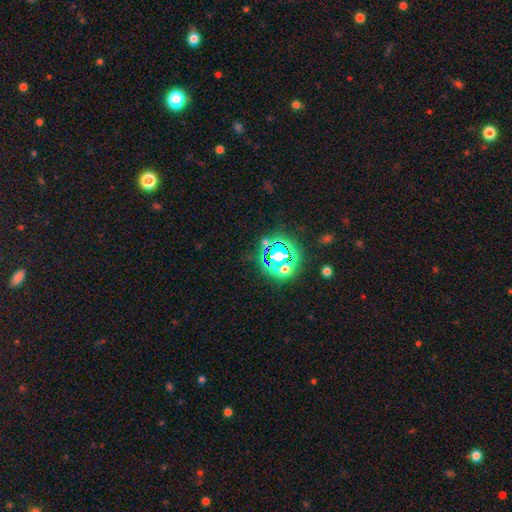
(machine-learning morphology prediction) This is clearly a star or artifact rather than a galaxy (81%).